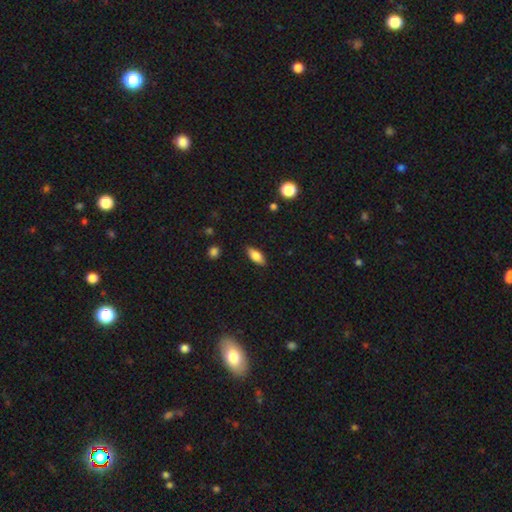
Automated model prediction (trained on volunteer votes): Smooth or featured?
  - smooth: 80% *
  - featured or disk: 13%
  - star or artifact: 7%
How rounded?
  - in between: 81% *
  - cigar-shaped: 17%
  - round: 3%
Merging?
  - none: 87% *
  - minor disturbance: 10%
  - major disturbance: 2%
  - merger: 1%